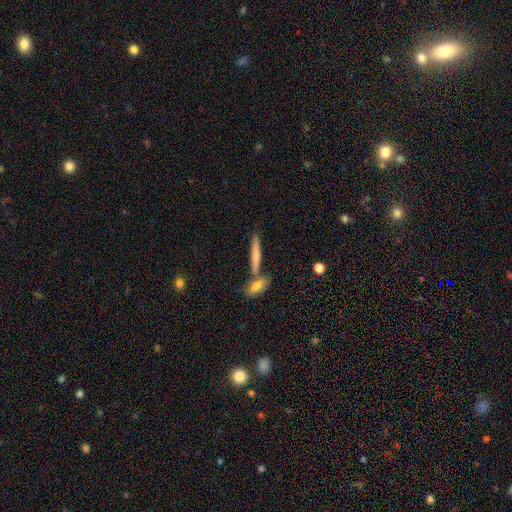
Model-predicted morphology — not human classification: Smooth or featured: smooth — 66% (featured or disk — 28%)
How rounded: cigar-shaped — 89% (in between — 9%)
Merging: none — 67% (merger — 21%)